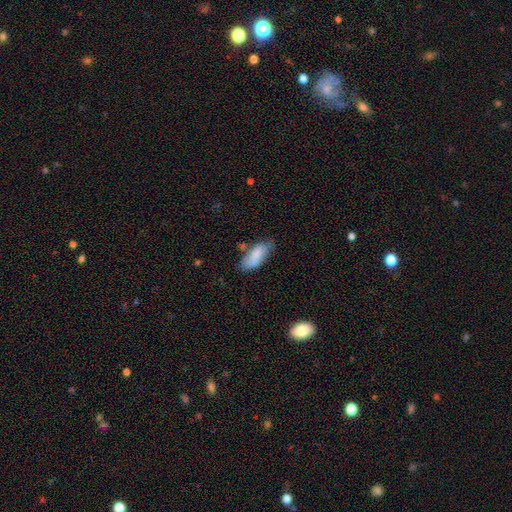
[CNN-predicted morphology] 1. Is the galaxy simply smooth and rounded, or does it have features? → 78% smooth, 15% featured or disk, 6% star or artifact.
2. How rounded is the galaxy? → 83% in between, 15% cigar-shaped, 2% round.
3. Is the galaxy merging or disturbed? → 60% none, 28% minor disturbance, 6% major disturbance, 6% merger.